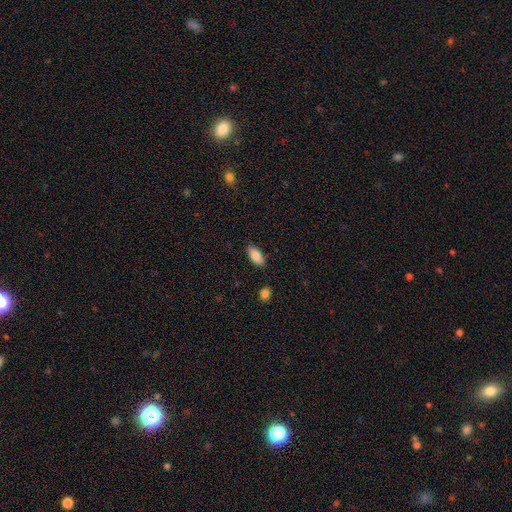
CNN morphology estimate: Overall: smooth (86%). How rounded: in between (87%). Merging: none (86%).